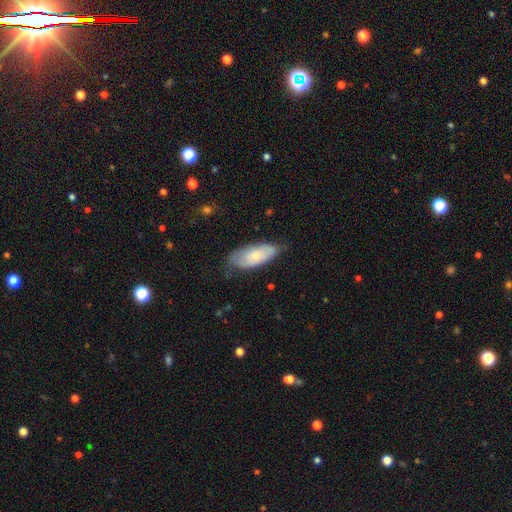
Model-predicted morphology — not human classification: smooth 68%, featured or disk 26%, star or artifact 6%. Down the decision tree: how rounded — in between (86%); merging — none (61%).